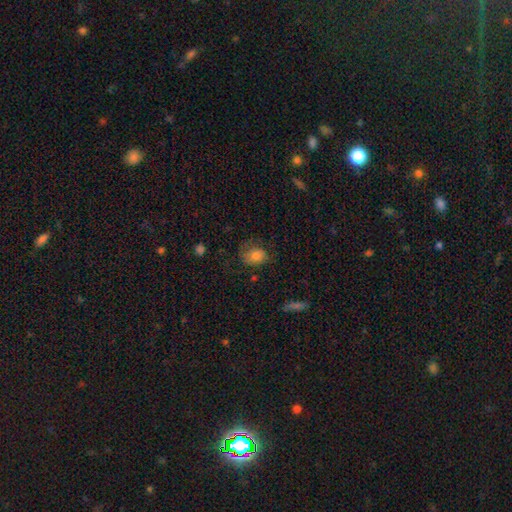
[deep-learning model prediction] A smooth galaxy with no disk features (74%) that is in between round and cigar-shaped (61%). Merging: none (51%).